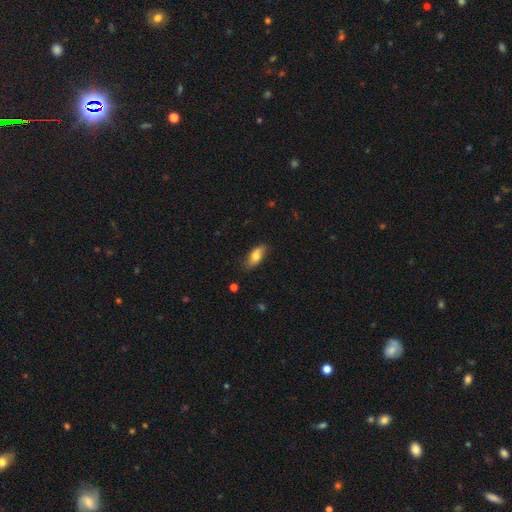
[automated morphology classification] Q: Smooth or featured?
A: smooth (71%); runner-up: featured or disk (22%)
Q: How rounded?
A: in between (82%); runner-up: cigar-shaped (14%)
Q: Merging?
A: none (76%); runner-up: minor disturbance (19%)